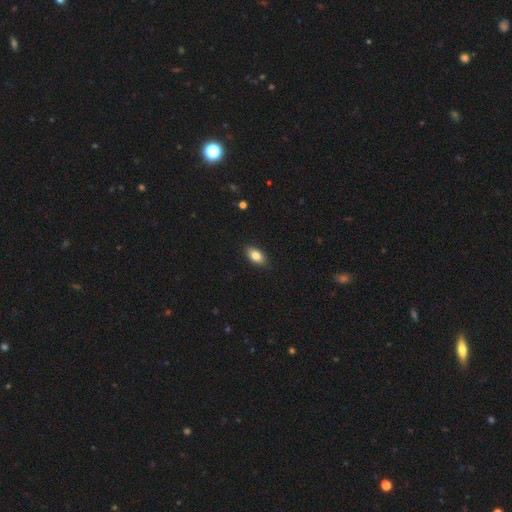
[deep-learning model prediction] smooth_or_featured: smooth (p=0.83) [alt: featured or disk p=0.09]
how_rounded: in between (p=0.91) [alt: round p=0.06]
merging: none (p=0.89) [alt: minor disturbance p=0.08]